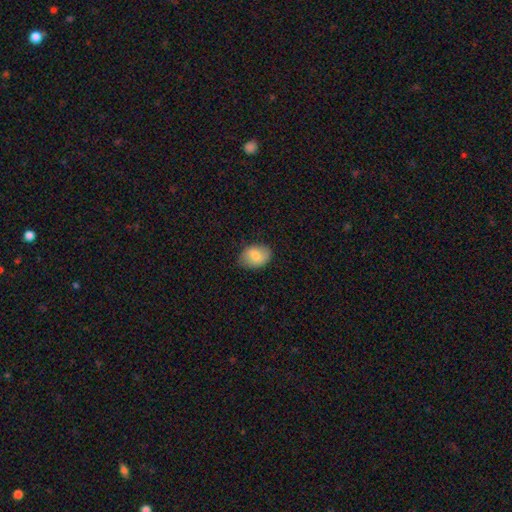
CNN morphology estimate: Smooth or featured? smooth (74%)
How rounded? in between (72%)
Merging? none (79%)